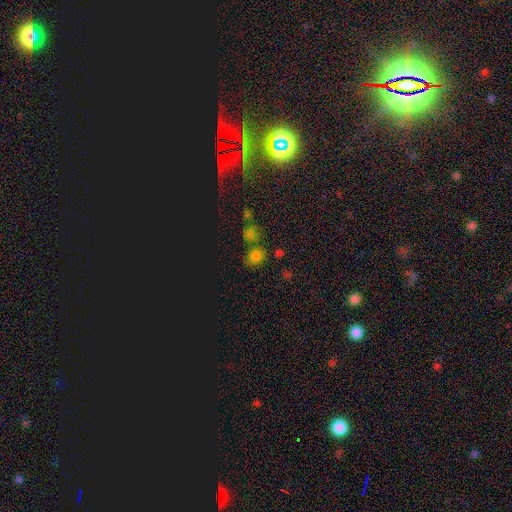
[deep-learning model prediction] Smooth or featured? Predicted: smooth (p=0.62). How rounded? Predicted: round (p=0.68). Merging? Predicted: none (p=0.59).